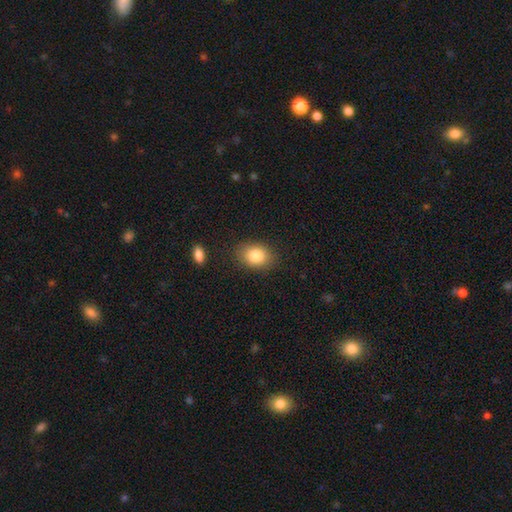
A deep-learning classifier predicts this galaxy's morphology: Q: Smooth or featured?
A: smooth (84%); runner-up: star or artifact (8%)
Q: How rounded?
A: in between (71%); runner-up: round (28%)
Q: Merging?
A: none (84%); runner-up: minor disturbance (11%)